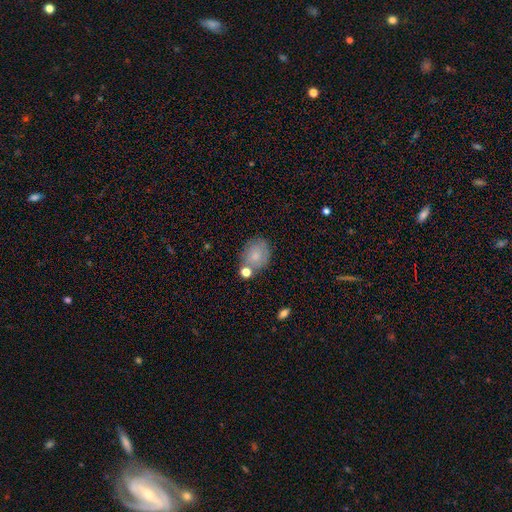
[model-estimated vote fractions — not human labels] Smooth or featured?
  - smooth: 75% *
  - featured or disk: 17%
  - star or artifact: 8%
How rounded?
  - in between: 58% *
  - round: 41%
  - cigar-shaped: 1%
Merging?
  - none: 61% *
  - minor disturbance: 18%
  - merger: 15%
  - major disturbance: 5%